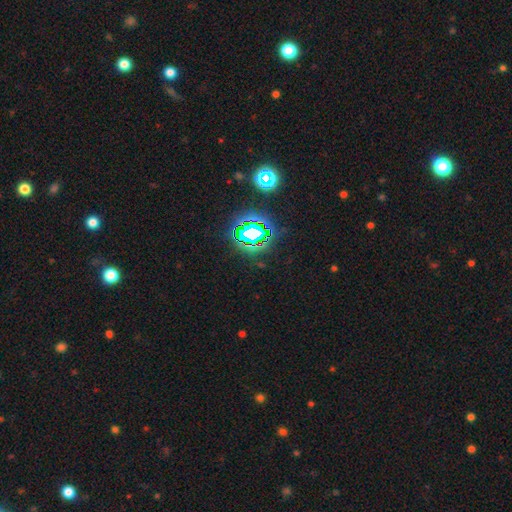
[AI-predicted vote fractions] star or artifact 79%, smooth 14%, featured or disk 6%.